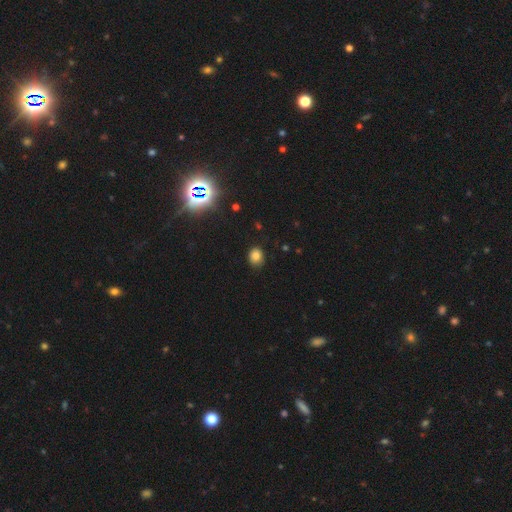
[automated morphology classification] Smooth or featured? smooth (79%)
How rounded? round (60%)
Merging? none (83%)